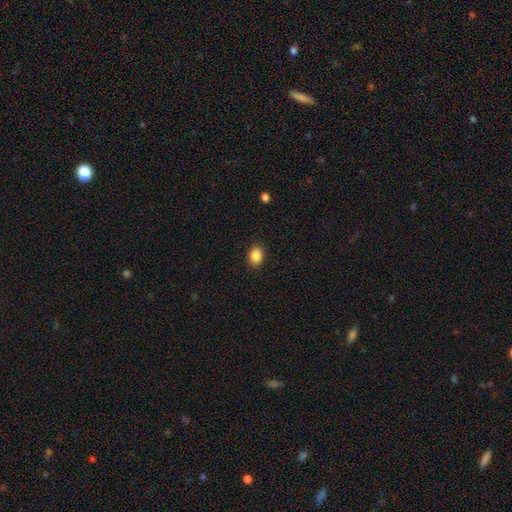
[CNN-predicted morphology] Overall: smooth (87%). How rounded: in between (74%). Merging: none (89%).